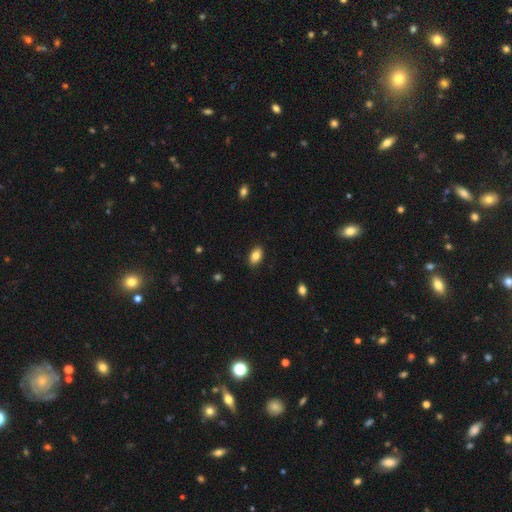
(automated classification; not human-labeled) Smooth or featured? Predicted: smooth (p=0.85). How rounded? Predicted: in between (p=0.90). Merging? Predicted: none (p=0.87).